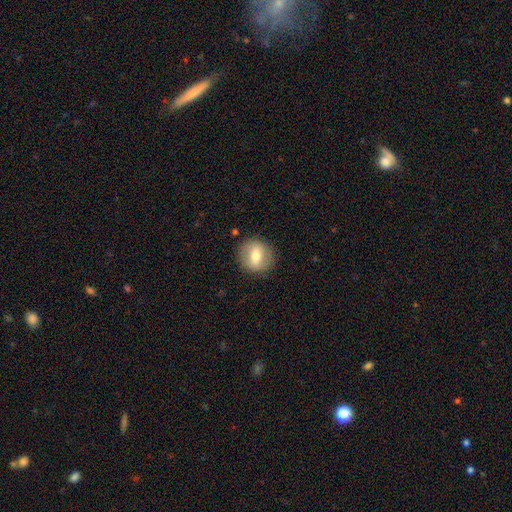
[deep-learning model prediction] The model was most divided on "smooth or featured": smooth: 62%, featured or disk: 30%, star or artifact: 8%. More confident: merging — none (87%); how rounded — round (85%).